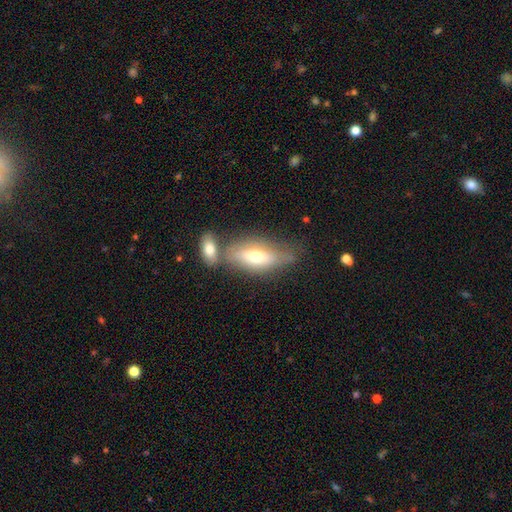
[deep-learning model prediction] Overall: smooth (56%; featured or disk 37%). How rounded: in between (72%). Merging: none (46%; merger 29%).